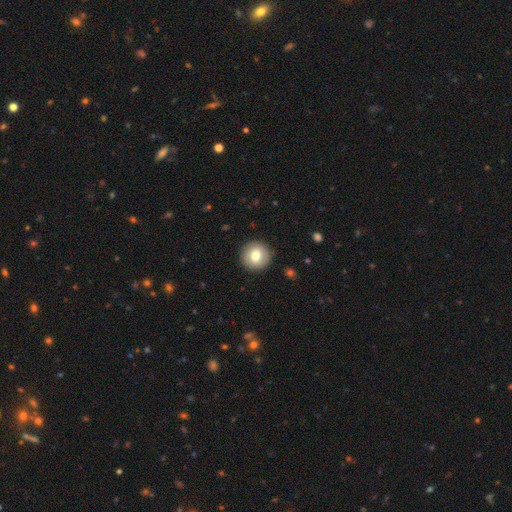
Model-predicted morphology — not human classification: The model was most divided on "smooth or featured": smooth: 77%, featured or disk: 15%, star or artifact: 8%. More confident: how rounded — round (95%); merging — none (91%).